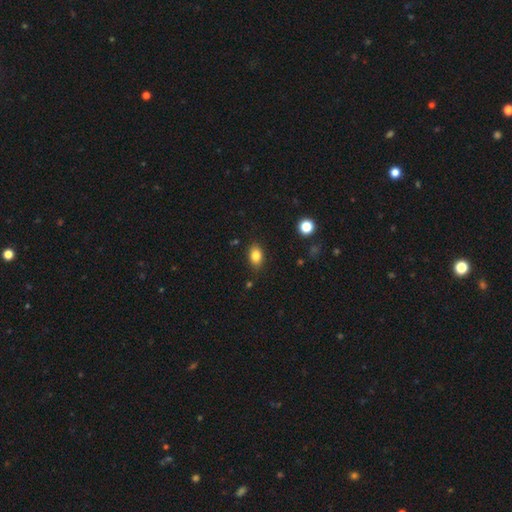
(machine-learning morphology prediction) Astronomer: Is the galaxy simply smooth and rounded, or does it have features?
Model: smooth — 83%.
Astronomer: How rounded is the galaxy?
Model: in between — 82%.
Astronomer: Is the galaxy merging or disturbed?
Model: none — 84%.